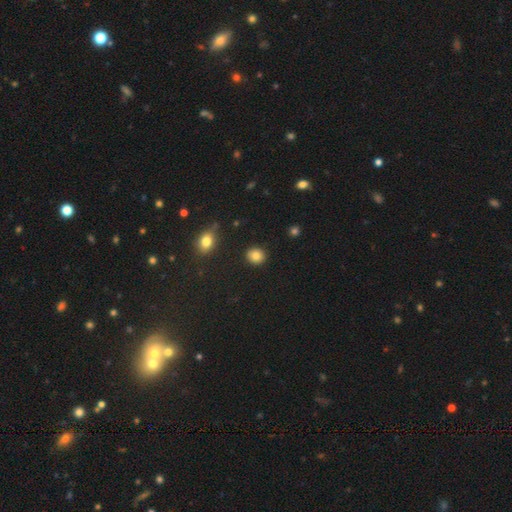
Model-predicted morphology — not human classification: This is clearly a smooth galaxy (85%). How rounded: likely round (77%). Merging: clearly none (90%).